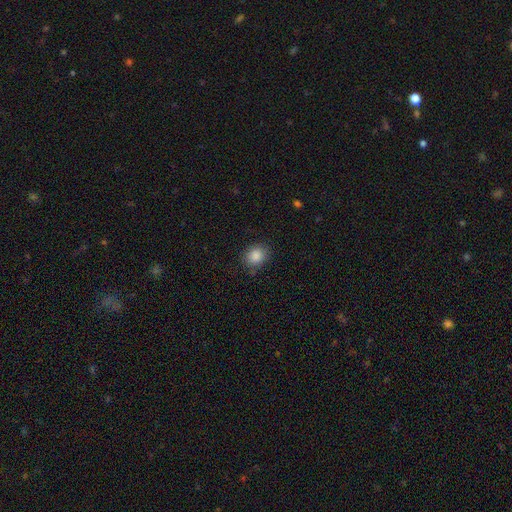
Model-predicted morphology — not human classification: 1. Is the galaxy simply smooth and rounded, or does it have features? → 87% smooth, 9% star or artifact, 4% featured or disk.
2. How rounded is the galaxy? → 65% round, 34% in between, 1% cigar-shaped.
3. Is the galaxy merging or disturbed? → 82% none, 13% minor disturbance, 3% major disturbance, 1% merger.